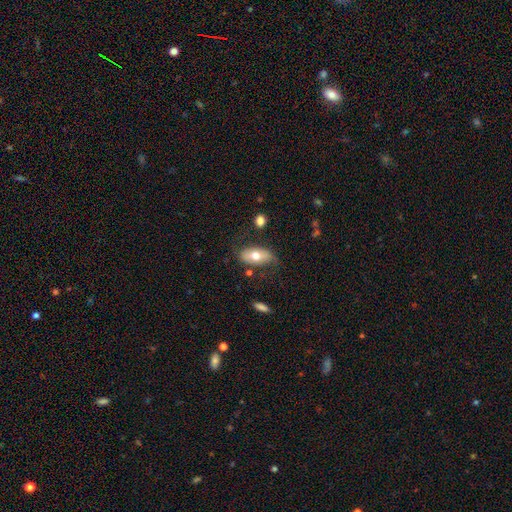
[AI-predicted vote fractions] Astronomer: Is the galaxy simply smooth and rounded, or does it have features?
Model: smooth — 63%.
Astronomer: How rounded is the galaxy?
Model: in between — 91%.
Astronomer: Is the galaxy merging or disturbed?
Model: none — 69%.